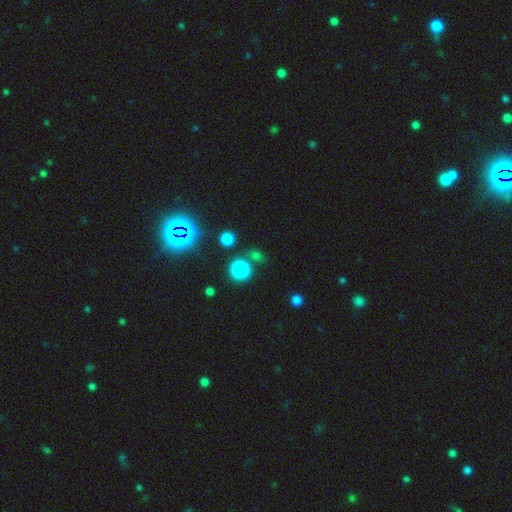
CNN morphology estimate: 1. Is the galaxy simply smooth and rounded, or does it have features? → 55% smooth, 37% star or artifact, 7% featured or disk.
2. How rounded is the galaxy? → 74% round, 24% in between, 2% cigar-shaped.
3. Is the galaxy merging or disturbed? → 73% none, 11% minor disturbance, 10% merger, 6% major disturbance.